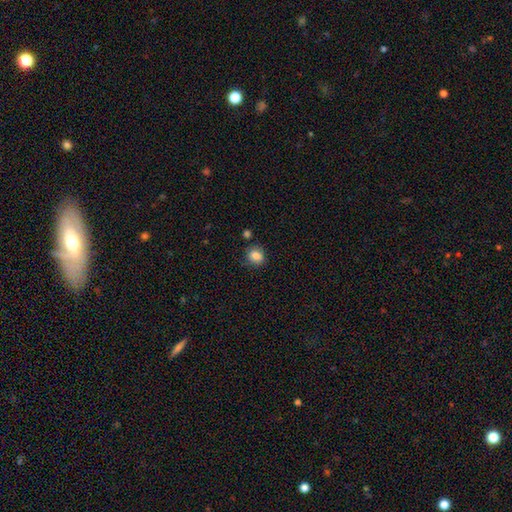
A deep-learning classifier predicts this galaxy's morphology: Overall: smooth (84%). How rounded: round (69%; in between 30%). Merging: none (79%).